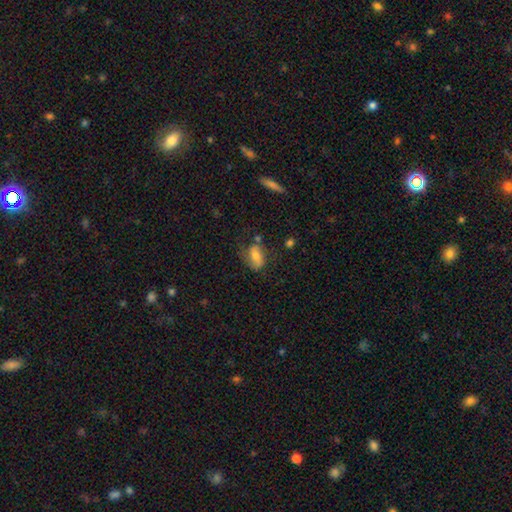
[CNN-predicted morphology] Smooth or featured: smooth — 58% (featured or disk — 33%)
How rounded: in between — 83% (round — 12%)
Merging: none — 52% (minor disturbance — 26%)